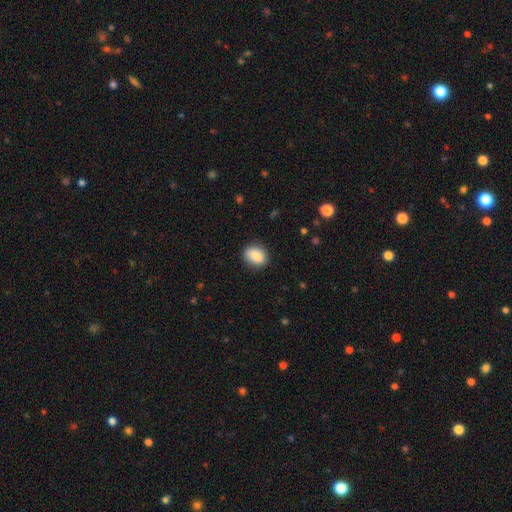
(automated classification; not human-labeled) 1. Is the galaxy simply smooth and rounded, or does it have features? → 85% smooth, 8% featured or disk, 8% star or artifact.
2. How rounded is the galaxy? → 60% in between, 38% round, 2% cigar-shaped.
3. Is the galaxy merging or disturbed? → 84% none, 11% minor disturbance, 3% major disturbance, 1% merger.